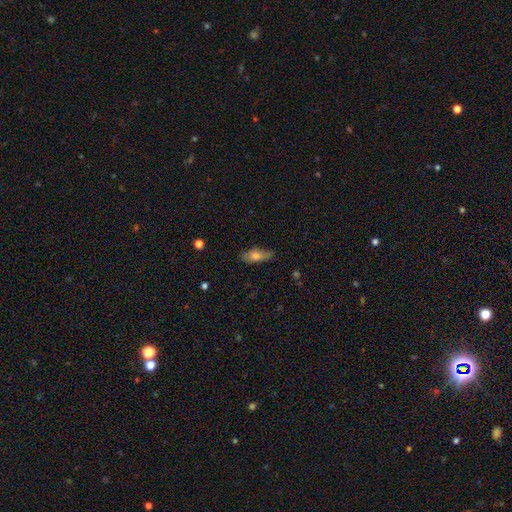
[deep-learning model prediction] This is likely a smooth galaxy (66%). How rounded: likely in between (67%). Merging: likely none (76%).